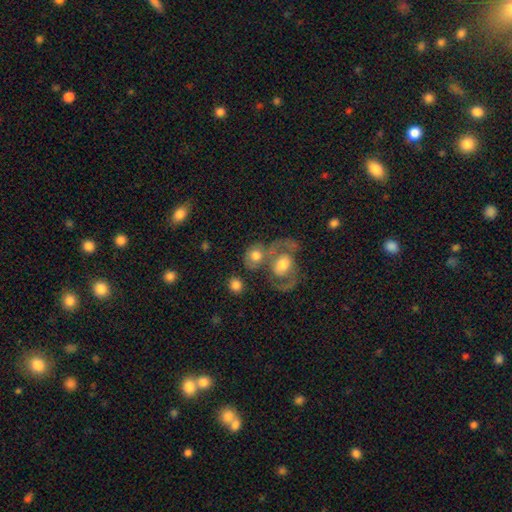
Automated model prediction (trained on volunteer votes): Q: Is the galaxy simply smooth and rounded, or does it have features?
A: smooth — 56%.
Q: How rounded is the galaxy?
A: round — 58%.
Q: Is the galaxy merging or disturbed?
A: merger — 46%.